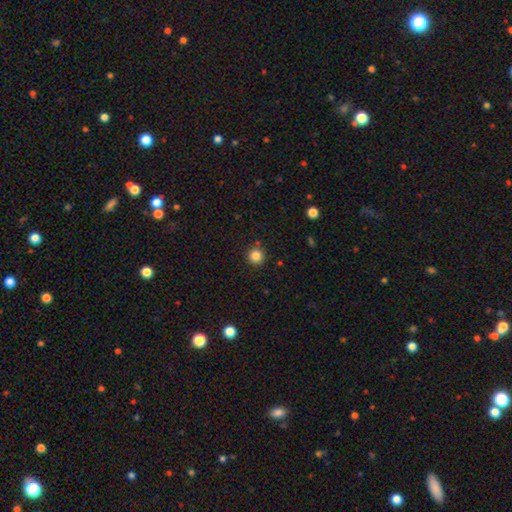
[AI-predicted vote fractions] A smooth galaxy with no disk features (84%) that is round (95%). Merging: none (89%).